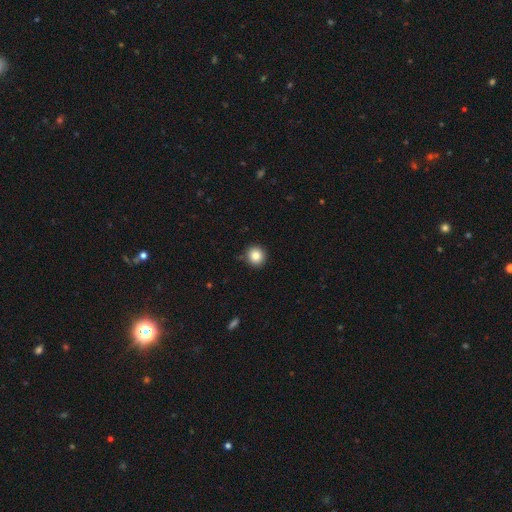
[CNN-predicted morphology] Smooth or featured?
  - smooth: 84% *
  - star or artifact: 10%
  - featured or disk: 6%
How rounded?
  - round: 93% *
  - in between: 6%
  - cigar-shaped: 1%
Merging?
  - none: 89% *
  - minor disturbance: 8%
  - major disturbance: 2%
  - merger: 1%